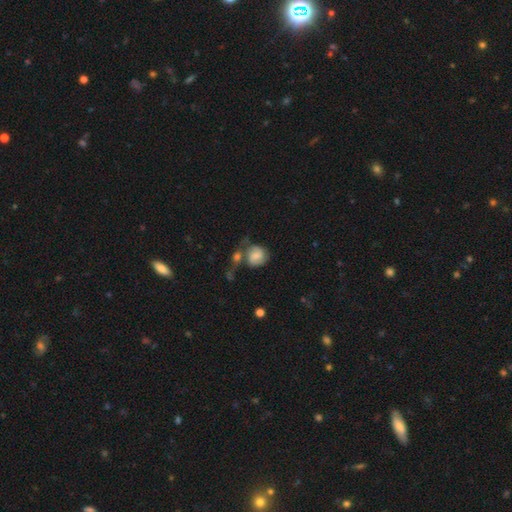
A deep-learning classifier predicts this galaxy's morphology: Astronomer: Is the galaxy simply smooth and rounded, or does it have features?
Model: smooth — 60%.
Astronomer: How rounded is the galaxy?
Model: round — 74%.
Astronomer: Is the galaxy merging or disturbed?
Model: none — 35% (runner-up: merger, 29%).